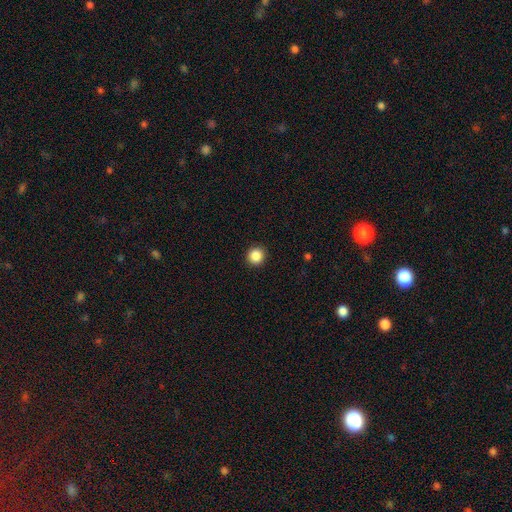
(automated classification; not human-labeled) Smooth or featured? Predicted: smooth (p=0.87). How rounded? Predicted: round (p=0.94). Merging? Predicted: none (p=0.93).